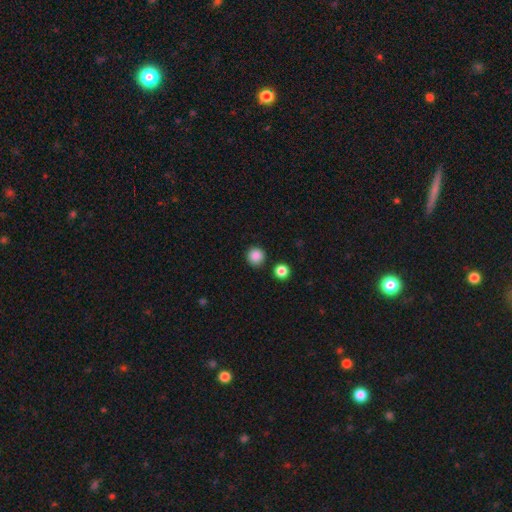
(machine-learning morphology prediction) Smooth or featured: smooth — 87% (star or artifact — 10%)
How rounded: round — 94% (in between — 5%)
Merging: none — 89% (minor disturbance — 6%)